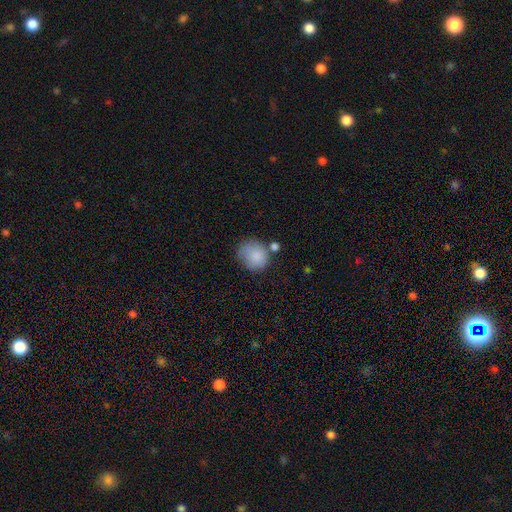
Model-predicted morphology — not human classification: Smooth or featured? Predicted: smooth (p=0.85). How rounded? Predicted: round (p=0.74). Merging? Predicted: none (p=0.57).